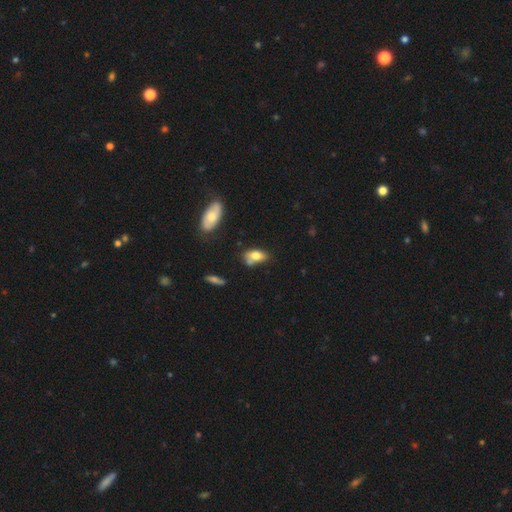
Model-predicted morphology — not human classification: This appears to be a smooth galaxy with no disk features (74%) that is in between round and cigar-shaped (87%). Merging: none (47%).